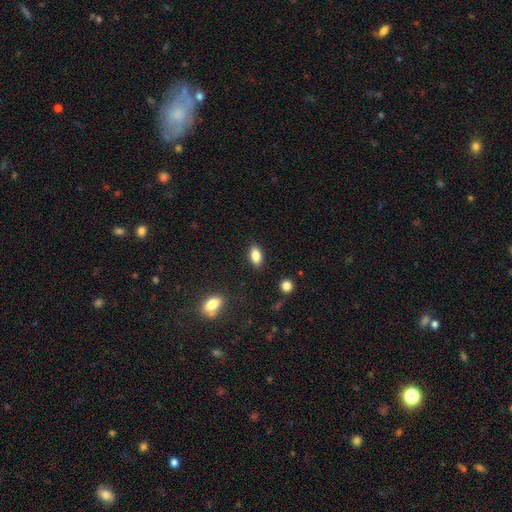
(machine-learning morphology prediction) Smooth or featured? smooth (83%)
How rounded? in between (87%)
Merging? none (87%)